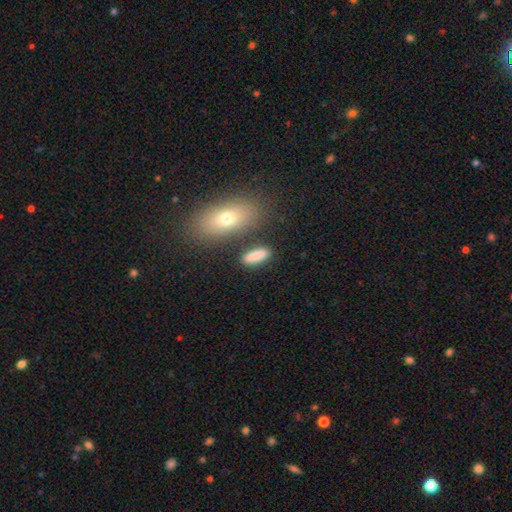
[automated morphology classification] smooth-or-featured: smooth: 84% | star or artifact: 8% | featured or disk: 8%
  how-rounded: in between: 58% | cigar-shaped: 38% | round: 4%
  merging: none: 77% | minor disturbance: 12% | merger: 6% | major disturbance: 4%